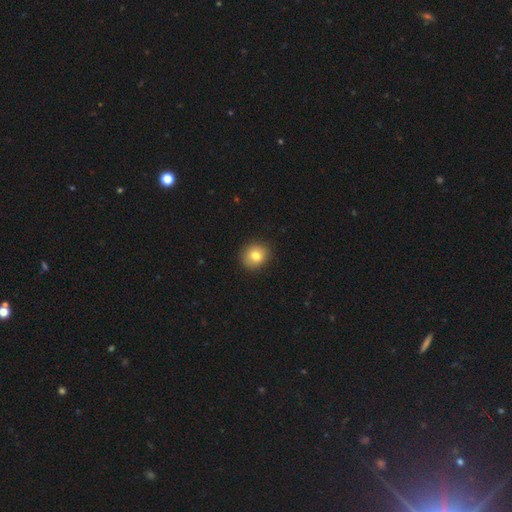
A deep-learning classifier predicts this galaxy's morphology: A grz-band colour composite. It shows a smooth galaxy with no disk features (81%) that is round (77%). Merging: none (89%).